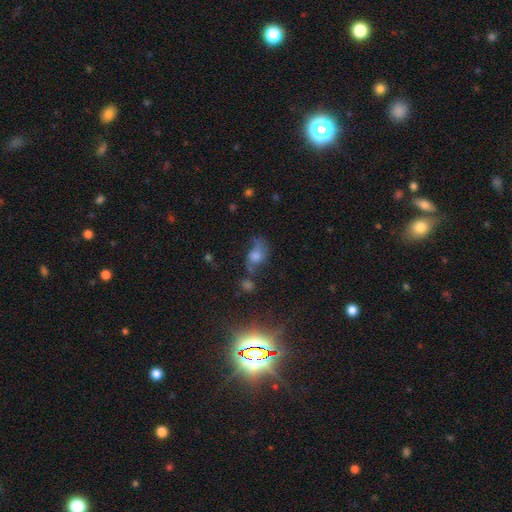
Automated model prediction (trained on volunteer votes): A featured or disk galaxy (40%).

Vote fractions:
- Smooth or featured? featured or disk: 40% / smooth: 38% / star or artifact: 21%
- Merging? none: 45% / minor disturbance: 24% / major disturbance: 20% / merger: 11%